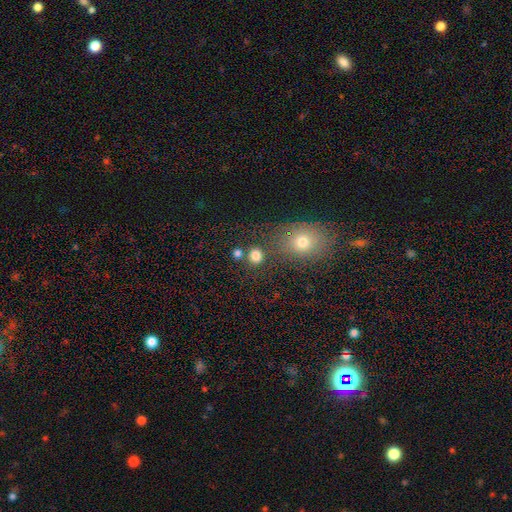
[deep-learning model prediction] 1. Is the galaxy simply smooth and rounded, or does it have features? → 80% smooth, 14% star or artifact, 6% featured or disk.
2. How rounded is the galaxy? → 84% round, 15% in between, 1% cigar-shaped.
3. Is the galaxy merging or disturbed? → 75% none, 13% merger, 8% minor disturbance, 4% major disturbance.